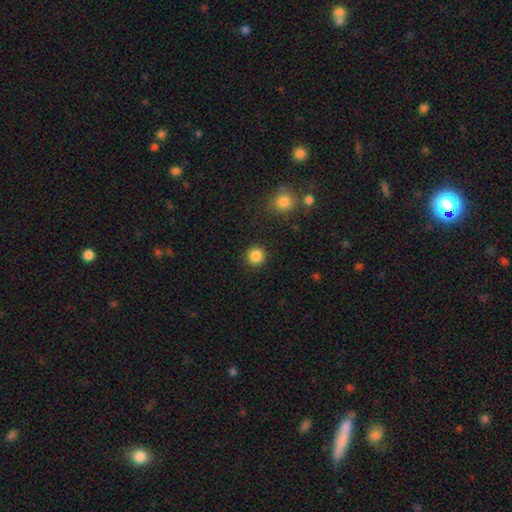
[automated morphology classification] smooth 86%, star or artifact 10%, featured or disk 4%. Down the decision tree: how rounded — round (95%); merging — none (91%).